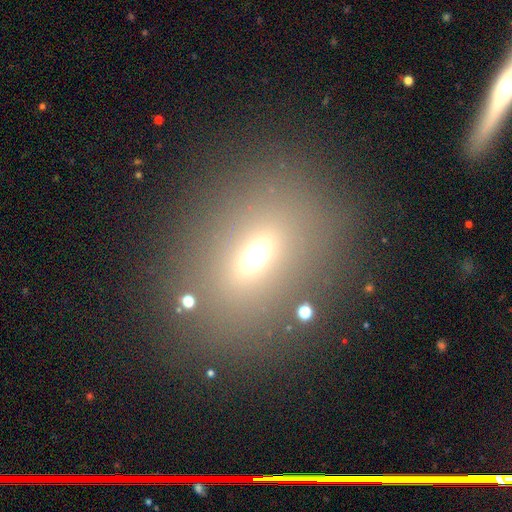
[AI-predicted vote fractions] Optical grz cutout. It shows a smooth galaxy with no disk features (58%) that is in between round and cigar-shaped (64%). Merging: none (80%).